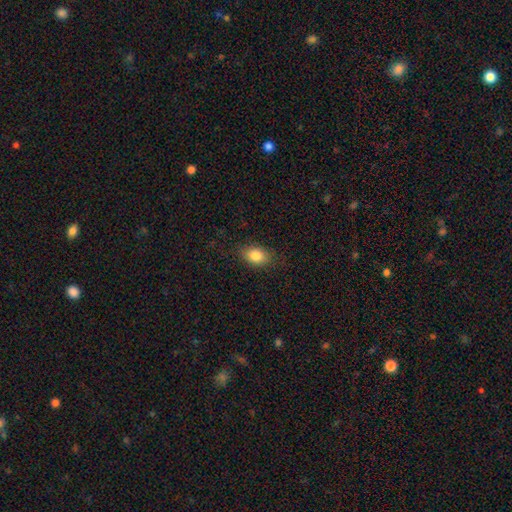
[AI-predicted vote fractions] This appears to be a smooth galaxy with no disk features (84%) that is in between round and cigar-shaped (81%). Merging: none (83%).